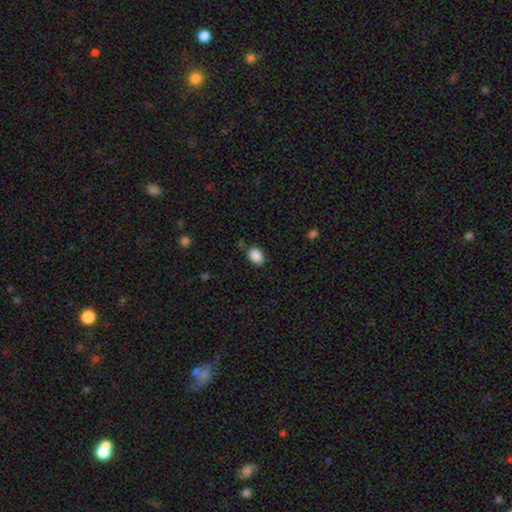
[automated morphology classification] Q: Smooth or featured?
A: smooth (88%); runner-up: star or artifact (9%)
Q: How rounded?
A: in between (79%); runner-up: round (20%)
Q: Merging?
A: none (81%); runner-up: minor disturbance (13%)